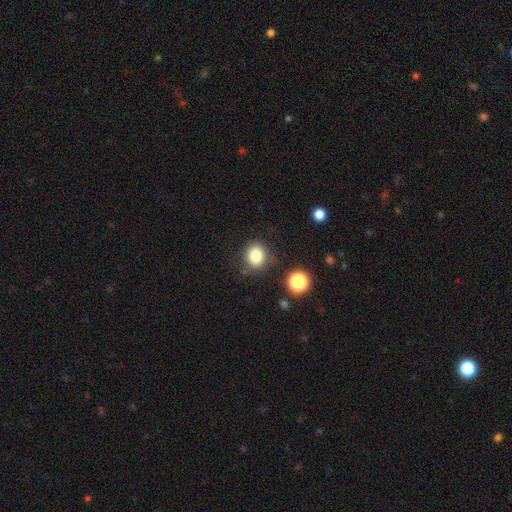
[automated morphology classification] This is clearly a smooth galaxy (82%). How rounded: likely round (79%). Merging: clearly none (82%).